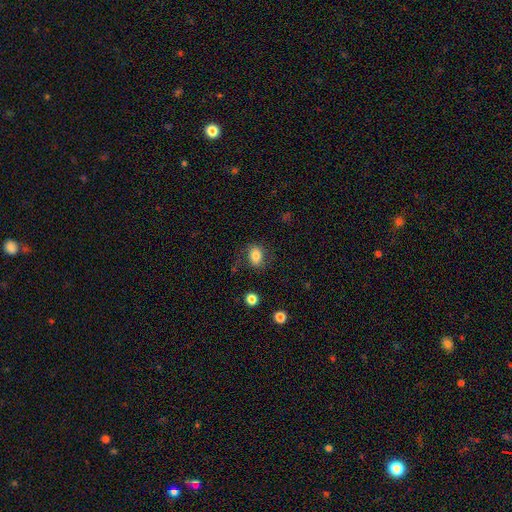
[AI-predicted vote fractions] A smooth galaxy with no disk features (78%) that is in between round and cigar-shaped (70%). Merging: none (70%).